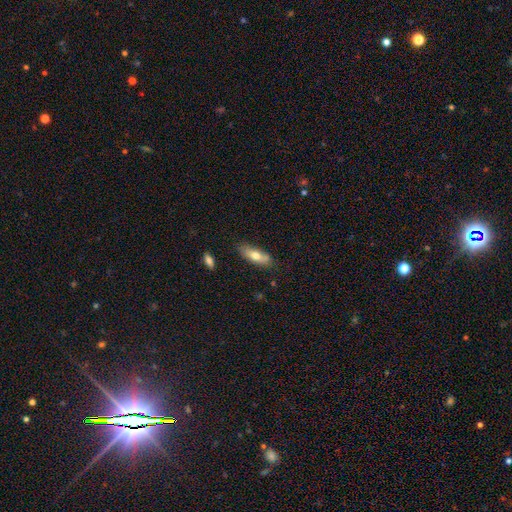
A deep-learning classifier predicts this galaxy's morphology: Overall: smooth (68%). How rounded: in between (64%; cigar-shaped 34%). Merging: none (75%).